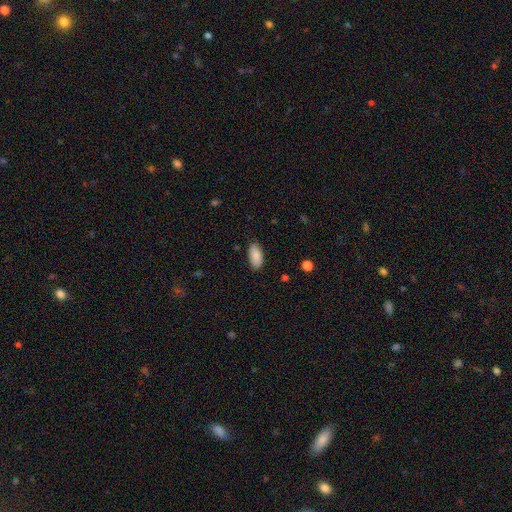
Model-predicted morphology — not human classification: smooth 89%, star or artifact 6%, featured or disk 4%. Down the decision tree: how rounded — in between (91%); merging — none (85%).